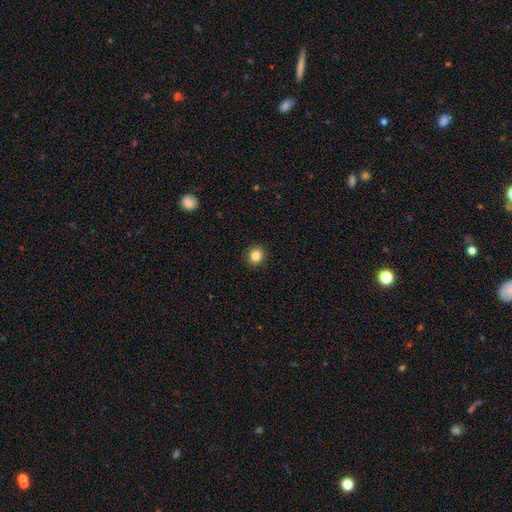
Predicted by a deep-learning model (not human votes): smooth_or_featured: smooth (p=0.85) [alt: star or artifact p=0.10]
how_rounded: round (p=0.86) [alt: in between p=0.13]
merging: none (p=0.92) [alt: minor disturbance p=0.06]